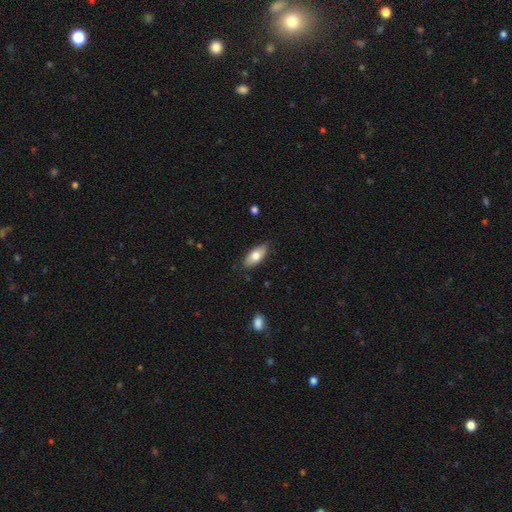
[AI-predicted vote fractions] smooth_or_featured: smooth (p=0.75) [alt: featured or disk p=0.19]
how_rounded: in between (p=0.86) [alt: cigar-shaped p=0.11]
merging: none (p=0.83) [alt: minor disturbance p=0.13]